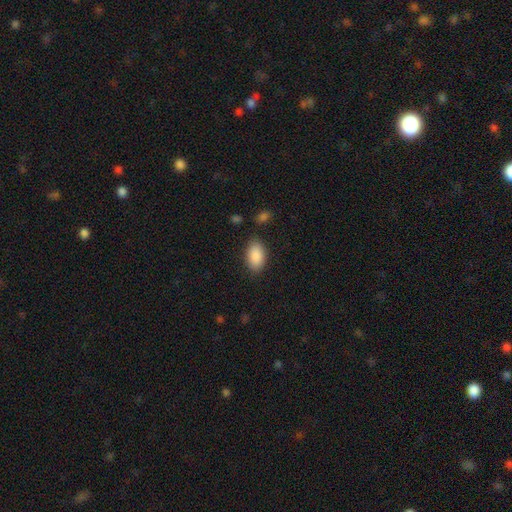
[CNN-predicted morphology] smooth 90%, star or artifact 6%, featured or disk 4%. Down the decision tree: how rounded — in between (93%); merging — none (83%).